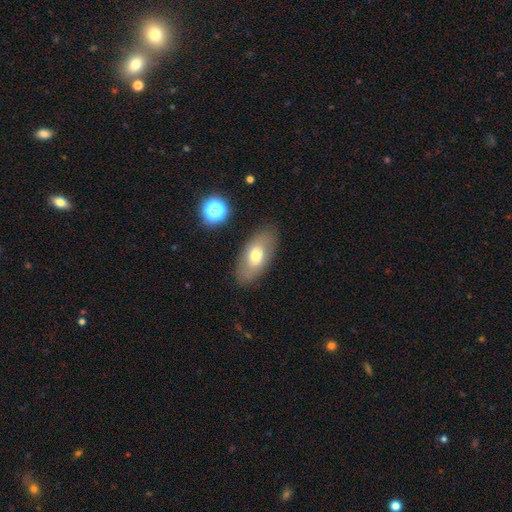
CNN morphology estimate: Overall: smooth (68%). How rounded: in between (90%). Merging: none (83%).